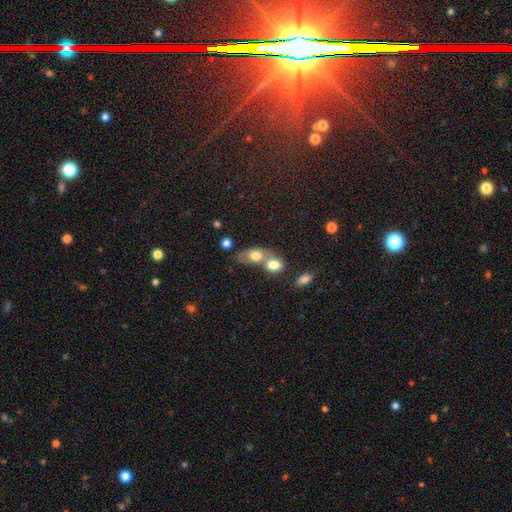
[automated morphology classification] A smooth galaxy with no disk features (71%) that is in between round and cigar-shaped (75%). Merging: merger (62%).